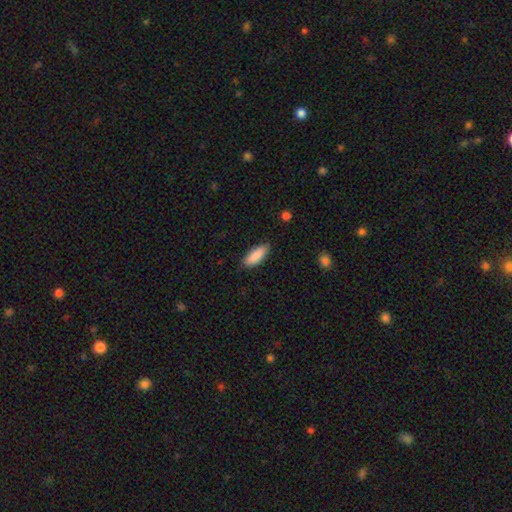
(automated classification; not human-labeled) A smooth galaxy with no disk features (88%) that is in between round and cigar-shaped (63%).

Vote fractions:
- Smooth or featured? smooth: 88% / featured or disk: 6% / star or artifact: 6%
- How rounded? in between: 63% / cigar-shaped: 36% / round: 2%
- Merging? none: 86% / minor disturbance: 11% / major disturbance: 2% / merger: 1%